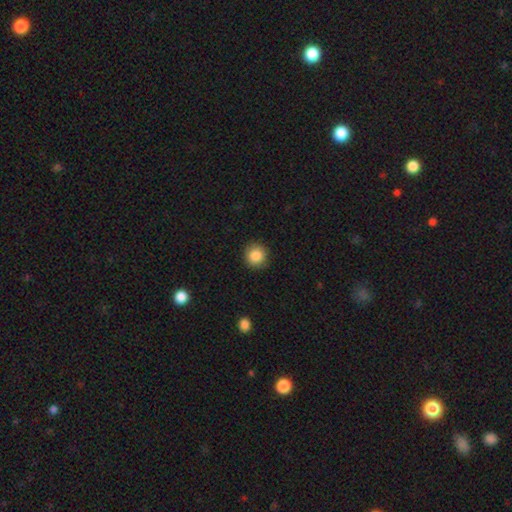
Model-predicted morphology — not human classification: Overall: smooth (86%). How rounded: round (93%). Merging: none (91%).